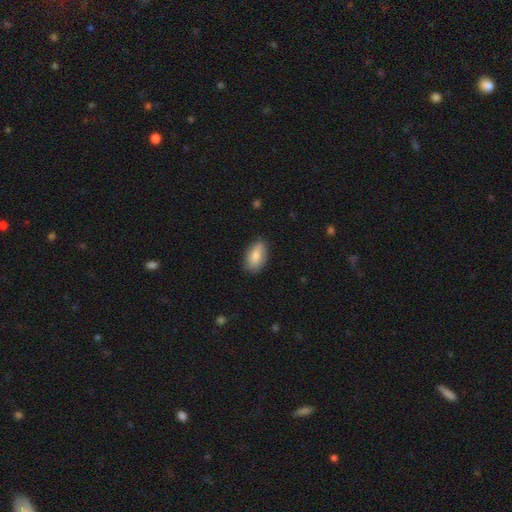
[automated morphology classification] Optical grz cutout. It shows a smooth galaxy with no disk features (77%) that is in between round and cigar-shaped (92%). Merging: none (82%).